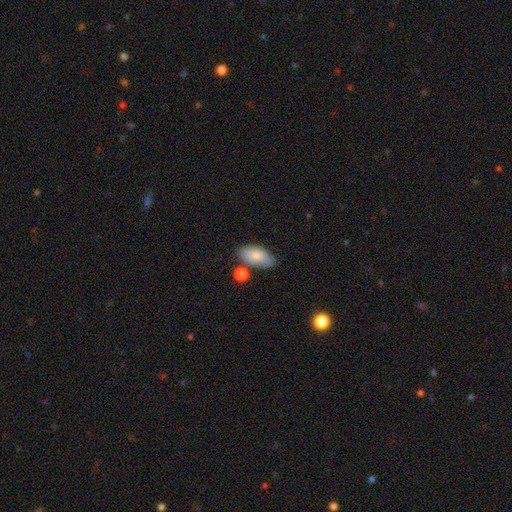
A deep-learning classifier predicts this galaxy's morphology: Smooth or featured? smooth (79%)
How rounded? in between (92%)
Merging? none (63%)